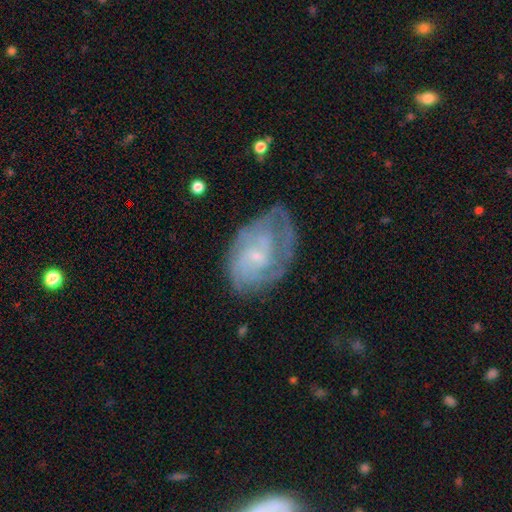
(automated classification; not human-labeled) featured or disk 73%, smooth 20%, star or artifact 7%. Down the decision tree: edge-on disk — no (97%); bar — no (62%); spiral arms — yes (85%); spiral arm count — can't tell (49%); spiral winding — tight (53%); bulge size — small (75%); merging — none (55%).